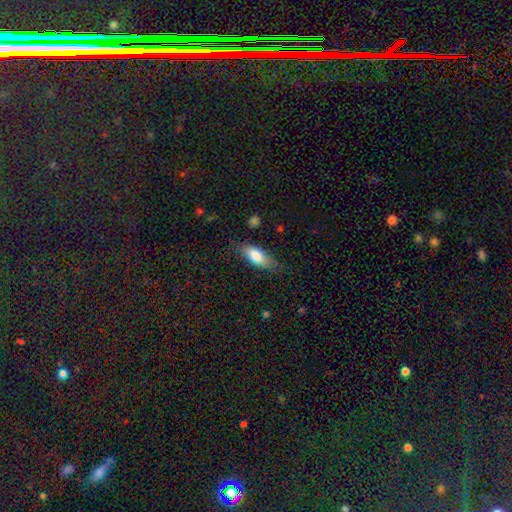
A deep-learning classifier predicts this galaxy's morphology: smooth 81%, featured or disk 13%, star or artifact 6%. Down the decision tree: how rounded — in between (76%); merging — none (72%).